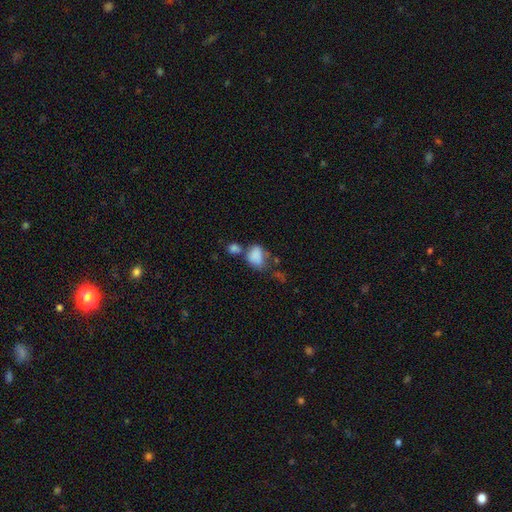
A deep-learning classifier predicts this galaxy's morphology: Q: Smooth or featured?
A: smooth (79%); runner-up: featured or disk (11%)
Q: How rounded?
A: in between (69%); runner-up: round (30%)
Q: Merging?
A: merger (37%); runner-up: none (29%)